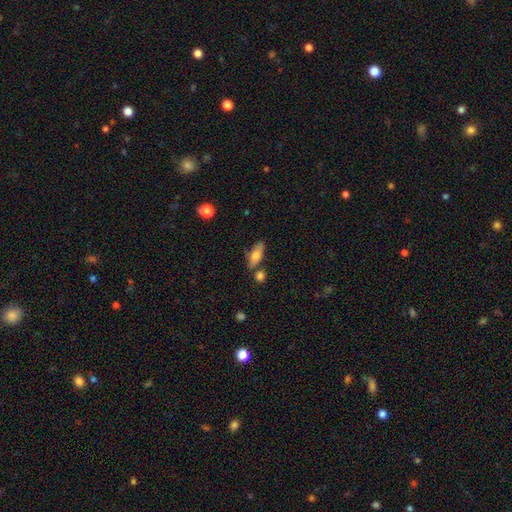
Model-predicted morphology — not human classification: Q: Smooth or featured?
A: smooth (68%); runner-up: featured or disk (24%)
Q: How rounded?
A: in between (71%); runner-up: cigar-shaped (25%)
Q: Merging?
A: none (68%); runner-up: minor disturbance (16%)